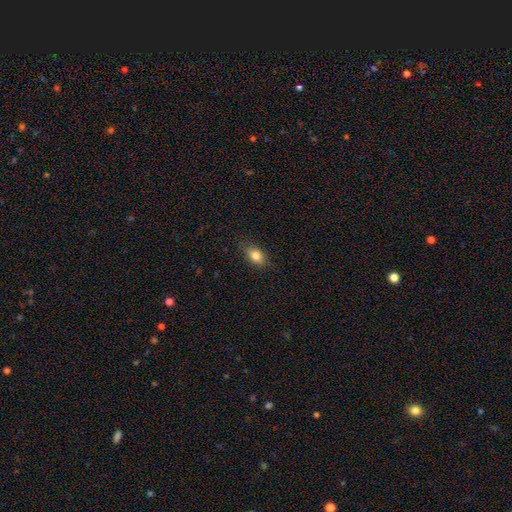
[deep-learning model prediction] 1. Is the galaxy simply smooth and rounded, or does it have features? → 83% smooth, 9% star or artifact, 9% featured or disk.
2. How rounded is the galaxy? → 81% in between, 15% round, 4% cigar-shaped.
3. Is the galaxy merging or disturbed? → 83% none, 13% minor disturbance, 3% major disturbance, 1% merger.